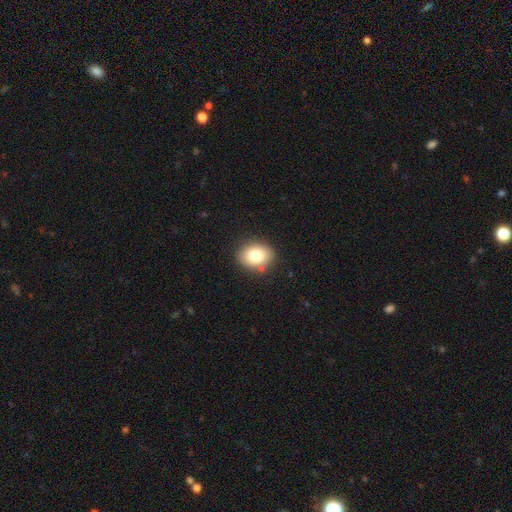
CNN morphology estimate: smooth 81%, featured or disk 10%, star or artifact 9%. Down the decision tree: how rounded — in between (56%); merging — none (84%).